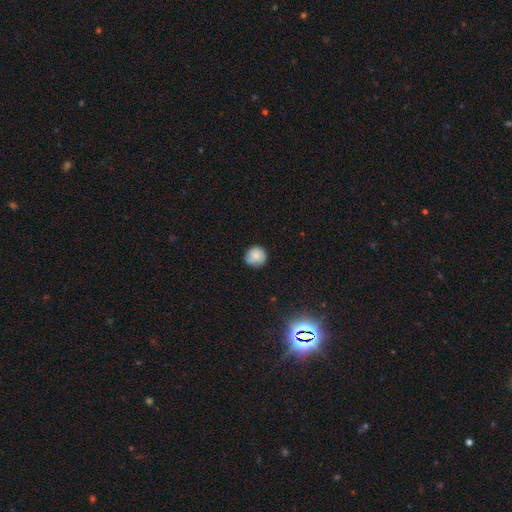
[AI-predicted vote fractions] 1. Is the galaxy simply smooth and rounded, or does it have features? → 75% smooth, 17% featured or disk, 9% star or artifact.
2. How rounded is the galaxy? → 89% round, 10% in between, 1% cigar-shaped.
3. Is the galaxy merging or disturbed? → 74% none, 20% minor disturbance, 4% major disturbance, 1% merger.